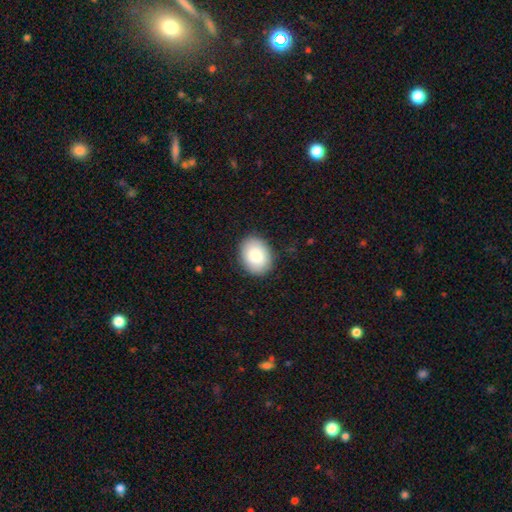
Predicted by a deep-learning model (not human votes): The model was most divided on "how rounded": in between: 67%, round: 33%, cigar-shaped: 1%. More confident: merging — none (88%); smooth or featured — smooth (85%).